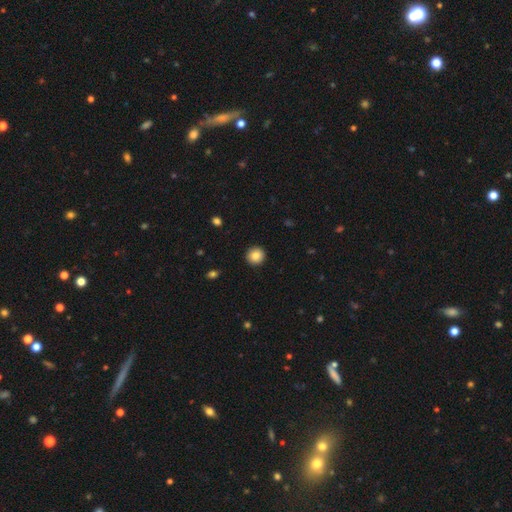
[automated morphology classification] smooth-or-featured: smooth: 85% | star or artifact: 9% | featured or disk: 6%
  how-rounded: round: 94% | in between: 5% | cigar-shaped: 1%
  merging: none: 93% | minor disturbance: 5% | major disturbance: 2% | merger: 1%